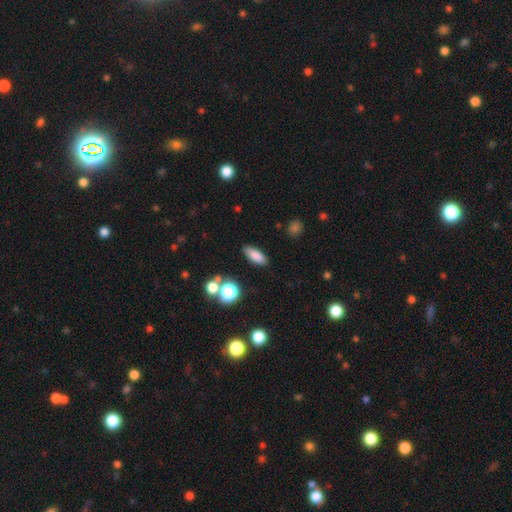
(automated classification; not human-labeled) The model was most divided on "how rounded": in between: 73%, cigar-shaped: 23%, round: 4%. More confident: merging — none (84%); smooth or featured — smooth (83%).